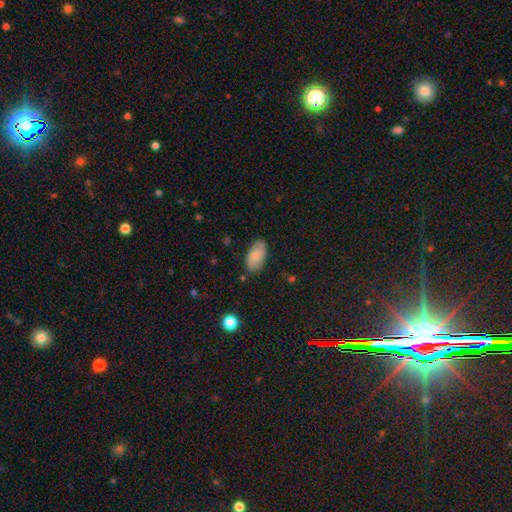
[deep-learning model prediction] This is clearly a smooth galaxy (82%). How rounded: clearly in between (94%). Merging: clearly none (82%).